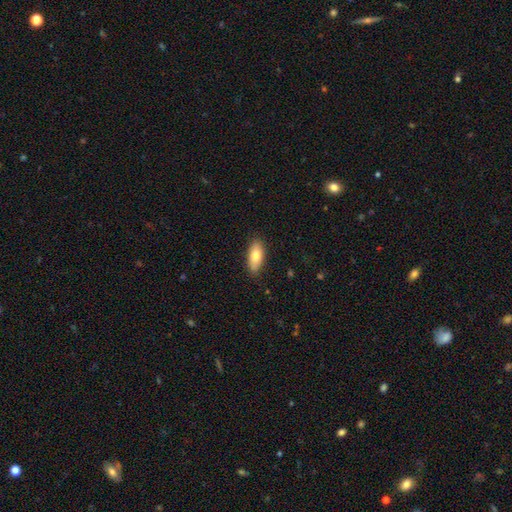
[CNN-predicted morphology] Overall: smooth (76%). How rounded: in between (85%). Merging: none (85%).